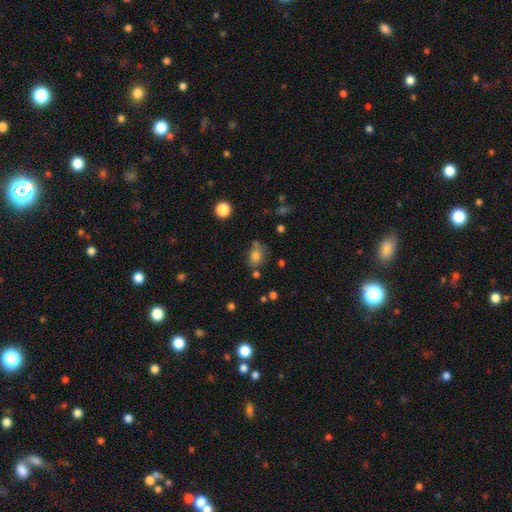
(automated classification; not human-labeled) A smooth galaxy with no disk features (76%) that is round (53%).

Vote fractions:
- Smooth or featured? smooth: 76% / star or artifact: 13% / featured or disk: 11%
- How rounded? round: 53% / in between: 46% / cigar-shaped: 1%
- Merging? none: 61% / minor disturbance: 20% / merger: 13% / major disturbance: 7%